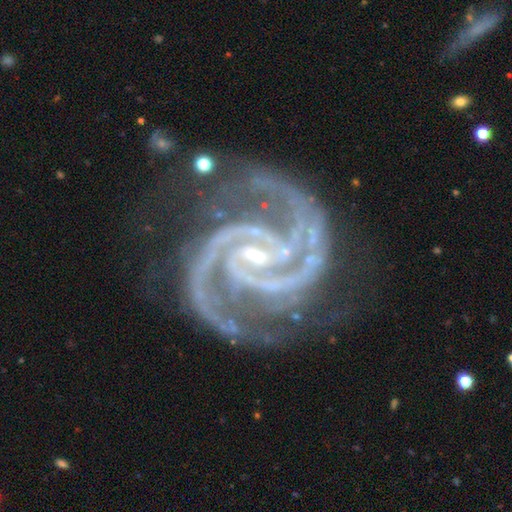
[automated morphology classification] Smooth or featured? Predicted: featured or disk (p=0.95). Edge-on disk? Predicted: no (p=0.98). Bar? Predicted: weak (p=0.42). Spiral arms? Predicted: yes (p=0.99). Spiral winding? Predicted: tight (p=0.53). Spiral arm count? Predicted: 2 (p=0.78). Bulge size? Predicted: small (p=0.73). Merging? Predicted: none (p=0.66).